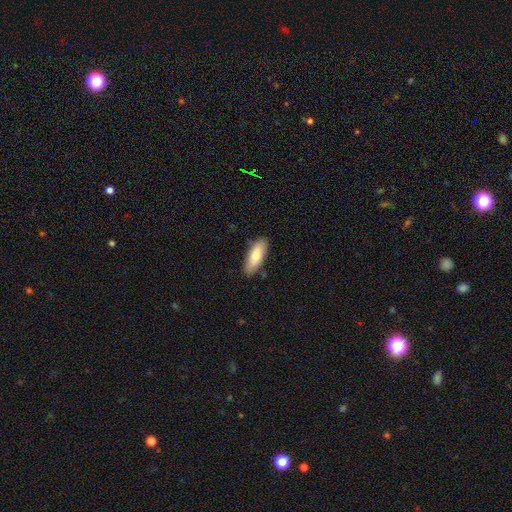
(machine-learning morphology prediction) Overall: smooth (79%). How rounded: in between (70%). Merging: none (85%).